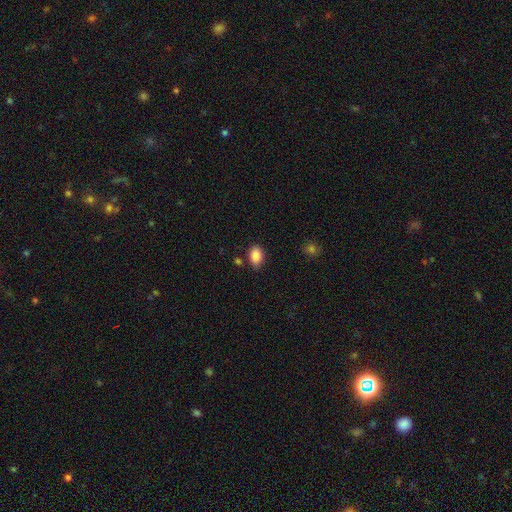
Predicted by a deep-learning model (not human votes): Overall: smooth (88%). How rounded: in between (86%). Merging: none (80%).